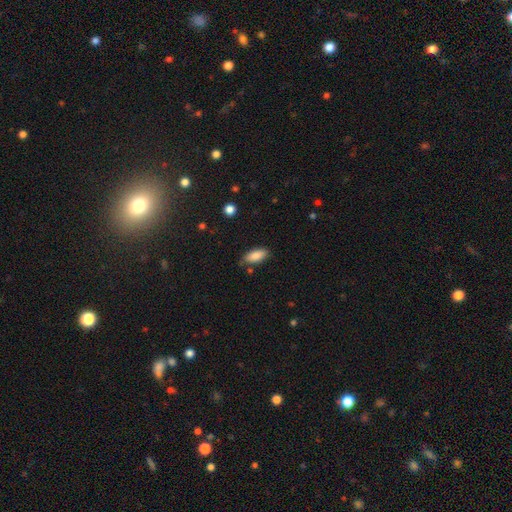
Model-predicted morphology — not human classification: A smooth galaxy with no disk features (87%) that is in between round and cigar-shaped (86%). Merging: none (77%).